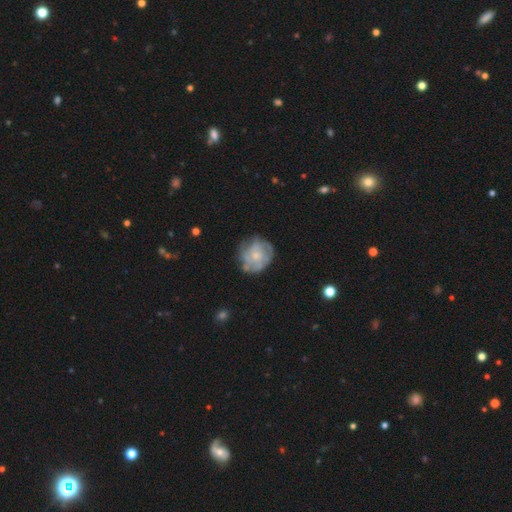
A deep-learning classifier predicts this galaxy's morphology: This appears to be a featured or disk galaxy (57%) with no bar (84%), spiral arms (53%) and a small central bulge (50%). Merging: none (65%).